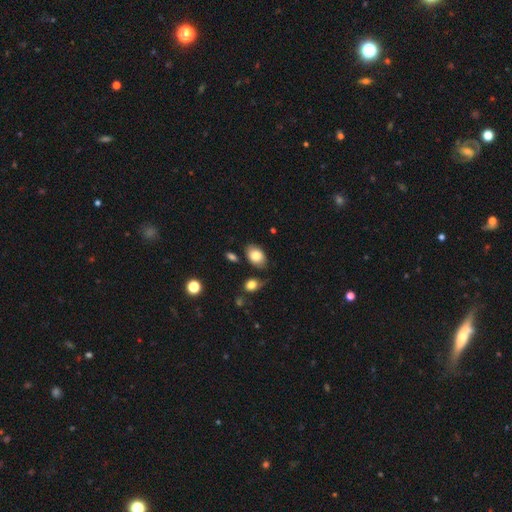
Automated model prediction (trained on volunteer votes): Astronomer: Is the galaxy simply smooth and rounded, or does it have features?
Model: smooth — 81%.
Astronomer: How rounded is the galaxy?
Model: in between — 84%.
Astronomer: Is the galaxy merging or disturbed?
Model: none — 73%.